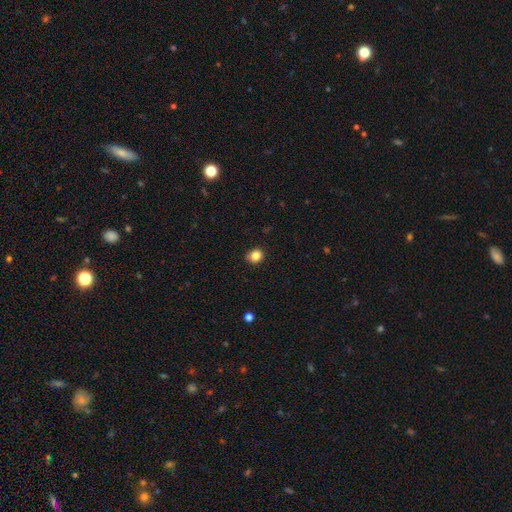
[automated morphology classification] Smooth or featured? Predicted: smooth (p=0.85). How rounded? Predicted: round (p=0.74). Merging? Predicted: none (p=0.85).